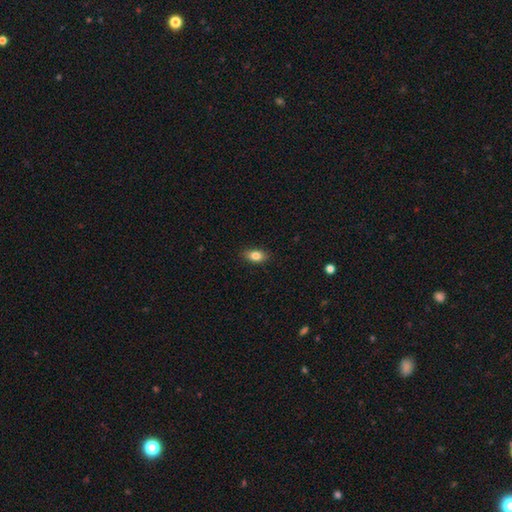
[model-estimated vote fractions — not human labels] A smooth galaxy with no disk features (82%) that is in between round and cigar-shaped (86%).

Vote fractions:
- Smooth or featured? smooth: 82% / featured or disk: 10% / star or artifact: 8%
- How rounded? in between: 86% / round: 9% / cigar-shaped: 5%
- Merging? none: 87% / minor disturbance: 10% / major disturbance: 2% / merger: 1%